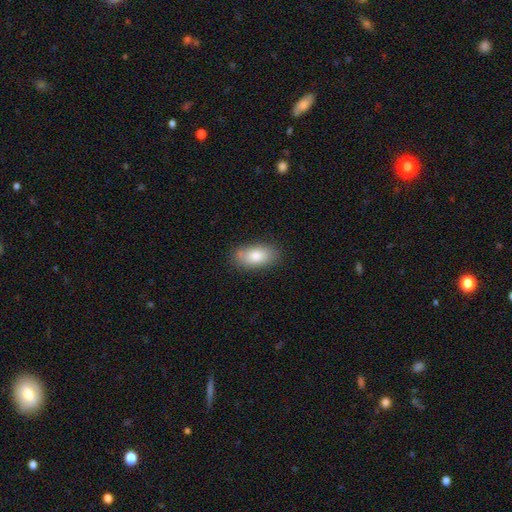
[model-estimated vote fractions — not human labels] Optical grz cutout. It shows a smooth galaxy with no disk features (82%) that is in between round and cigar-shaped (90%). Merging: none (83%).